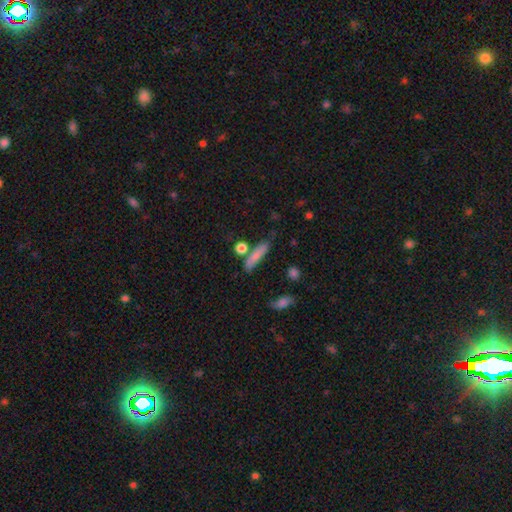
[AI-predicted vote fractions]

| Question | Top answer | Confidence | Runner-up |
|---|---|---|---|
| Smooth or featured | smooth | 78% | featured or disk (14%) |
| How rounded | cigar-shaped | 72% | in between (20%) |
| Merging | none | 70% | minor disturbance (15%) |